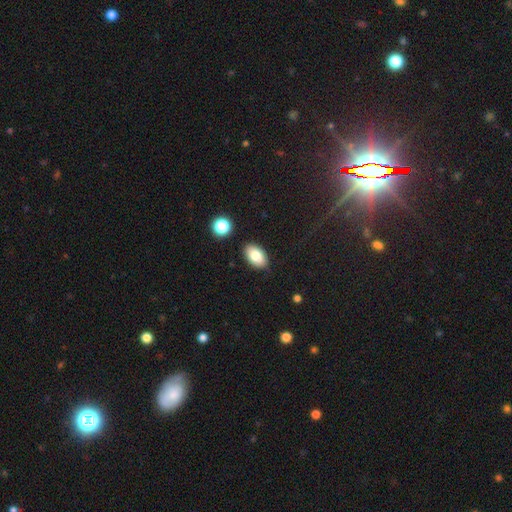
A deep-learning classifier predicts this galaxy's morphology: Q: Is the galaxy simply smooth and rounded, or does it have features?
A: smooth — 83%.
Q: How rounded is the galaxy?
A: in between — 92%.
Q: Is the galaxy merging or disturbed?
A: none — 86%.